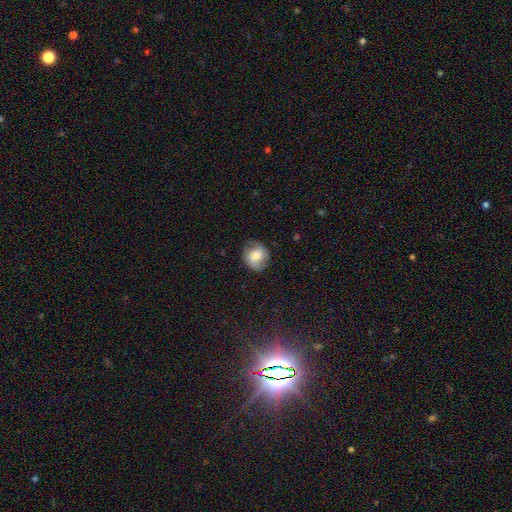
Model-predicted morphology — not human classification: smooth 63%, featured or disk 28%, star or artifact 9%. Down the decision tree: how rounded — round (73%); merging — none (75%).